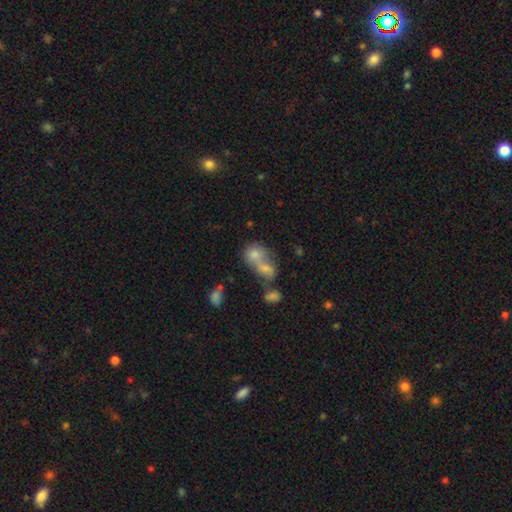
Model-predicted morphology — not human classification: This appears to be a smooth galaxy with no disk features (72%) that is in between round and cigar-shaped (50%). Merging: merger (68%).